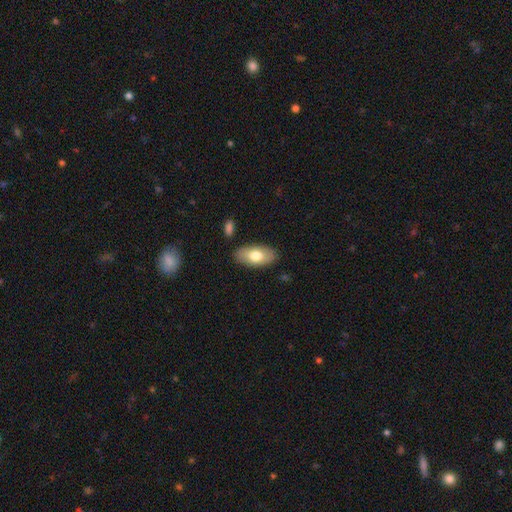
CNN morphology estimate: The model was most divided on "smooth or featured": smooth: 73%, featured or disk: 21%, star or artifact: 6%. More confident: how rounded — in between (92%); merging — none (85%).